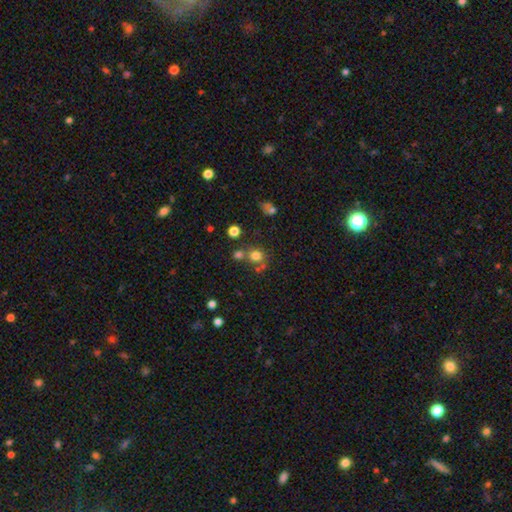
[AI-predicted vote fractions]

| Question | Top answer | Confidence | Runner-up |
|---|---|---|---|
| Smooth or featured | smooth | 75% | star or artifact (16%) |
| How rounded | round | 83% | in between (16%) |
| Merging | none | 58% | merger (26%) |